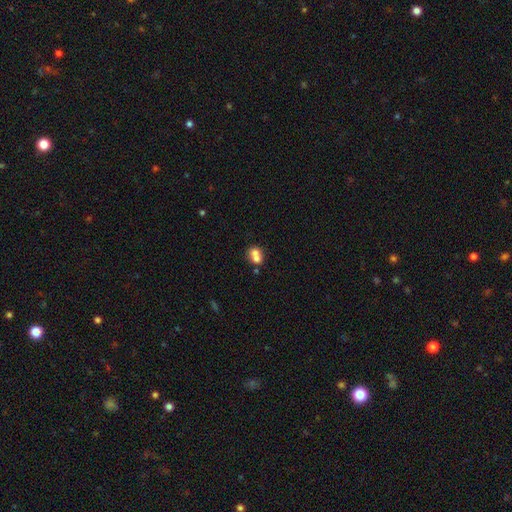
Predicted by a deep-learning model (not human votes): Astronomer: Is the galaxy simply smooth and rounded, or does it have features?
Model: smooth — 66%.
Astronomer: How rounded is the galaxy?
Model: round — 66%.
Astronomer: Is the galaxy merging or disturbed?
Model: merger — 62%.